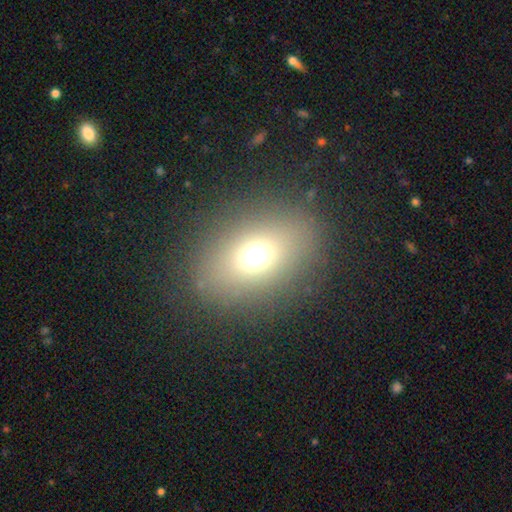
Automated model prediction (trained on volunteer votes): This is likely a smooth galaxy (64%). How rounded: likely in between (65%). Merging: clearly none (83%).